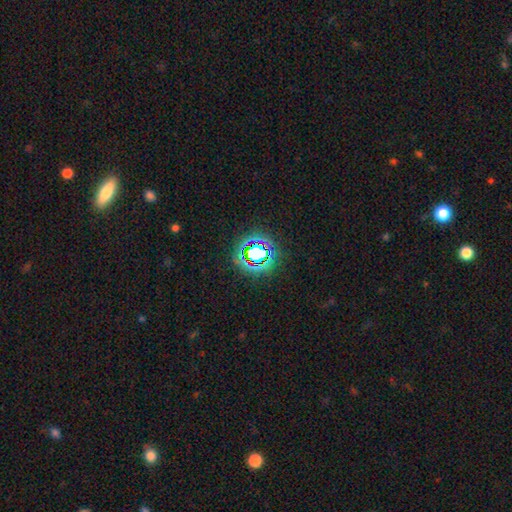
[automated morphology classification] Overall: star or artifact (66%).